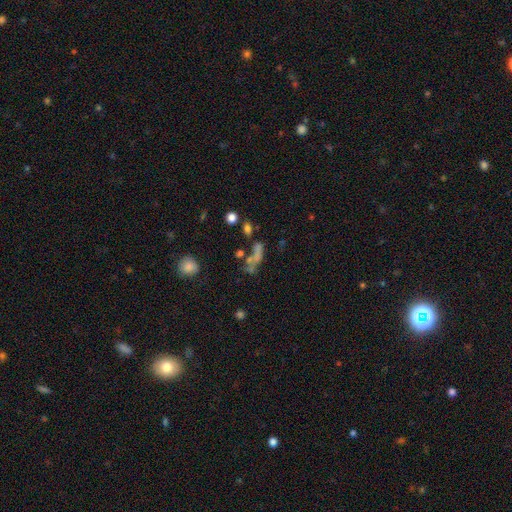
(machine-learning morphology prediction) Smooth or featured? smooth (51%)
How rounded? in between (49%)
Merging? merger (34%)